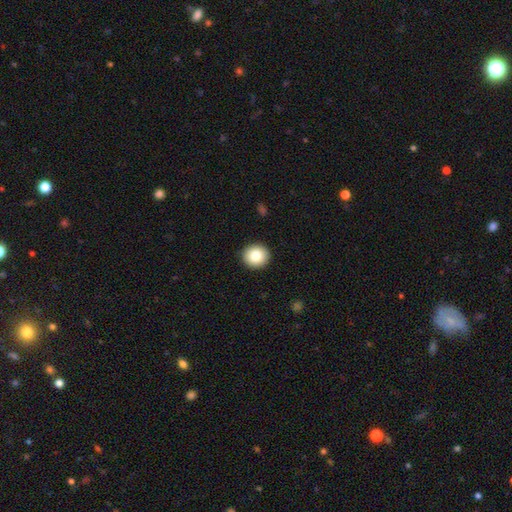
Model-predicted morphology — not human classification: smooth_or_featured: smooth (p=0.83) [alt: featured or disk p=0.09]
how_rounded: round (p=0.90) [alt: in between p=0.09]
merging: none (p=0.92) [alt: minor disturbance p=0.05]